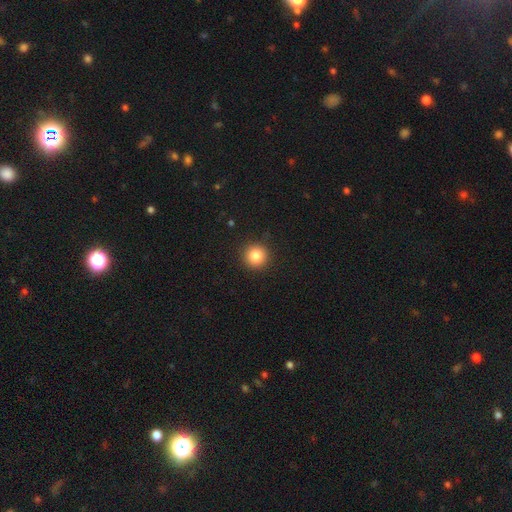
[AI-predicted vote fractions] A smooth galaxy with no disk features (83%) that is round (95%).

Vote fractions:
- Smooth or featured? smooth: 83% / star or artifact: 11% / featured or disk: 6%
- How rounded? round: 95% / in between: 4% / cigar-shaped: 1%
- Merging? none: 92% / minor disturbance: 6% / major disturbance: 2% / merger: 1%